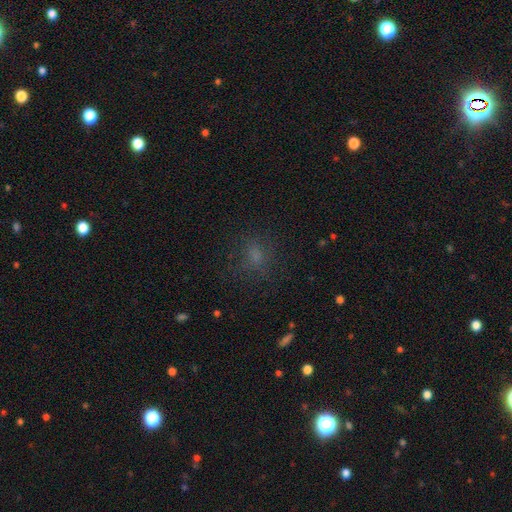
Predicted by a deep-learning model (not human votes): smooth 65%, star or artifact 23%, featured or disk 12%. Down the decision tree: how rounded — round (56%); merging — none (74%).